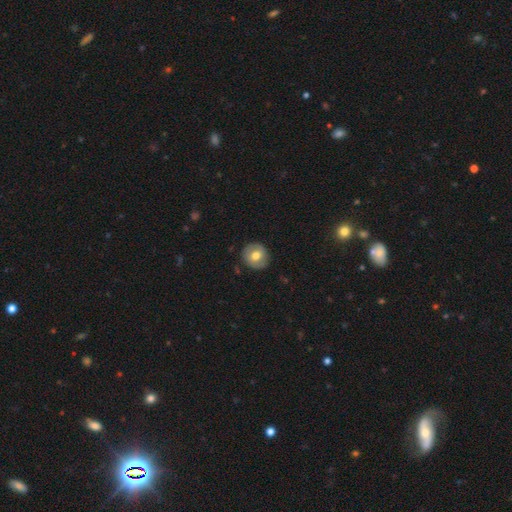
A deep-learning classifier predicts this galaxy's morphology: The model was most divided on "smooth or featured": smooth: 65%, featured or disk: 27%, star or artifact: 7%. More confident: how rounded — round (89%); merging — none (87%).